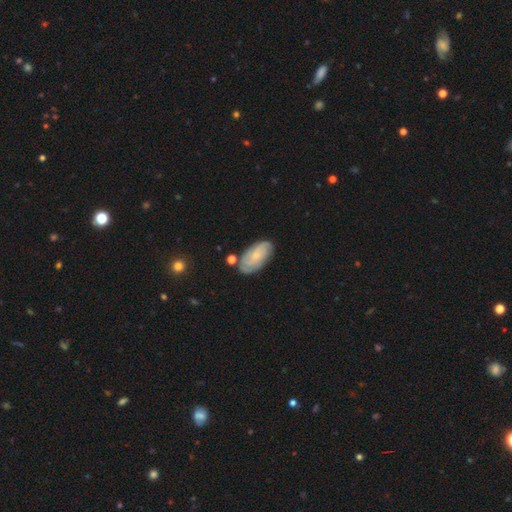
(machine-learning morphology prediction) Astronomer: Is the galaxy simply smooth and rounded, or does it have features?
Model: smooth — 50% (runner-up: featured or disk, 43%).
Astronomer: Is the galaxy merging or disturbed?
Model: none — 72%.